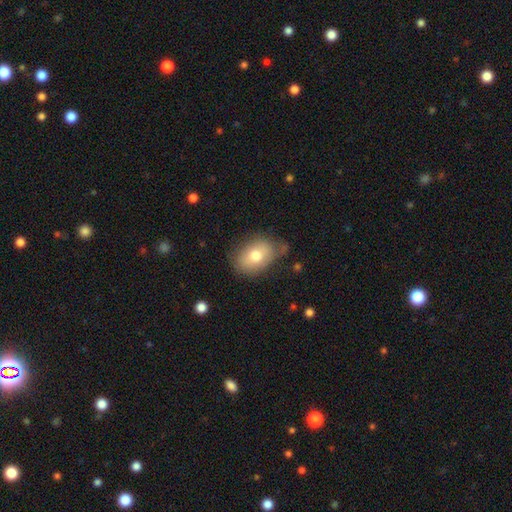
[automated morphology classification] type=smooth (74%); roundness=in between (81%); merging=none (62%).